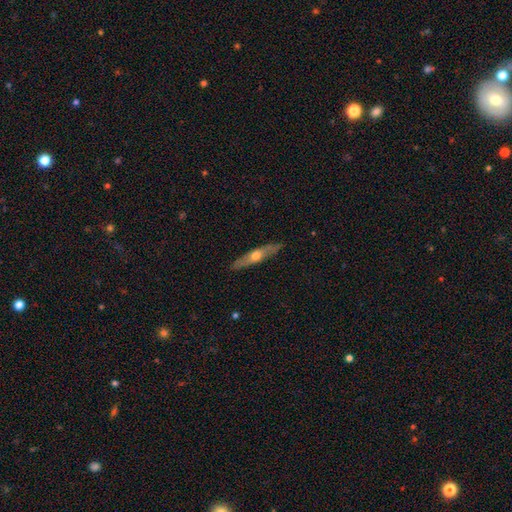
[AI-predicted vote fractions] smooth_or_featured: featured or disk (p=0.63) [alt: smooth p=0.31]
disk_edge_on: yes (p=0.87) [alt: no p=0.13]
edge_on_bulge: rounded (p=0.89) [alt: none p=0.09]
merging: none (p=0.89) [alt: minor disturbance p=0.09]